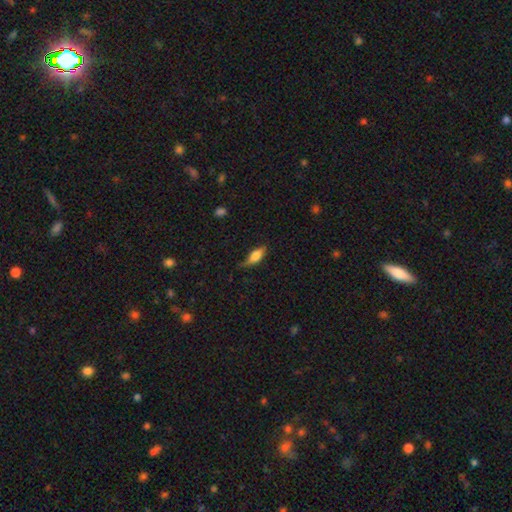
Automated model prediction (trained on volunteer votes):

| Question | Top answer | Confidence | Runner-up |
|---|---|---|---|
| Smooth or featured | smooth | 71% | featured or disk (22%) |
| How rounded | in between | 73% | cigar-shaped (23%) |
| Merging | none | 59% | minor disturbance (30%) |